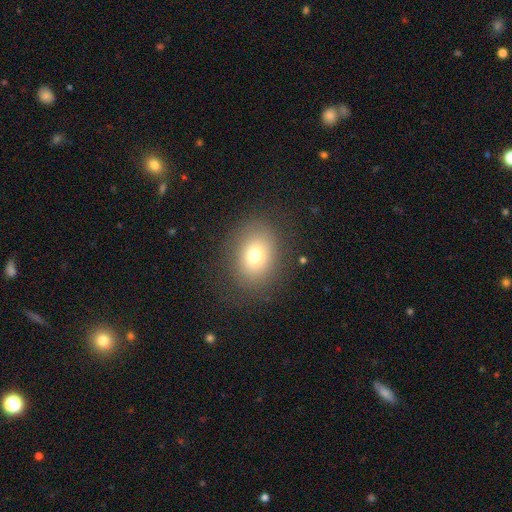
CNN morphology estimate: Smooth or featured? smooth (73%)
How rounded? in between (54%)
Merging? none (81%)